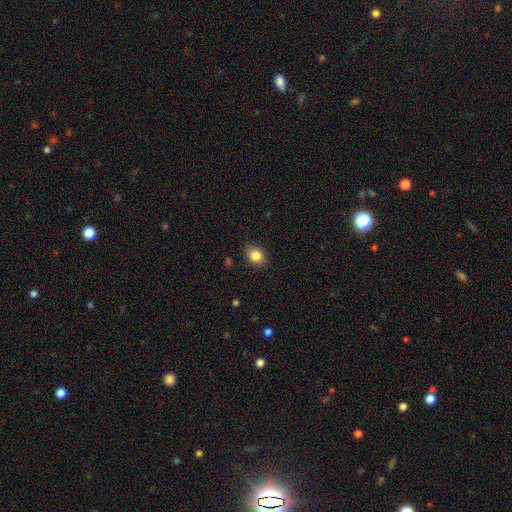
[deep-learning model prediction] A smooth galaxy with no disk features (84%) that is round (62%). Merging: none (87%).